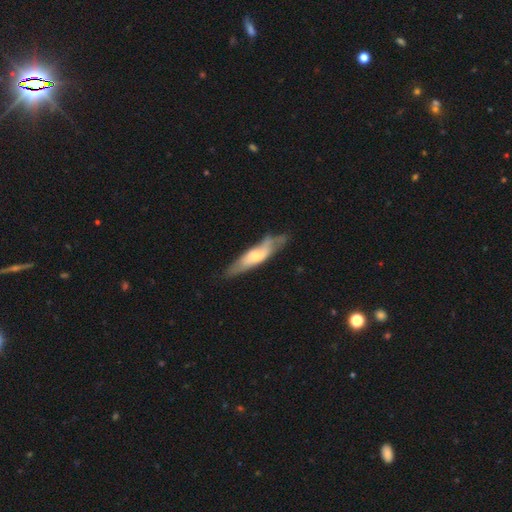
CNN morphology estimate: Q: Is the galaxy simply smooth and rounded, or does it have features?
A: smooth — 48%.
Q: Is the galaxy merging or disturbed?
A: none — 60%.